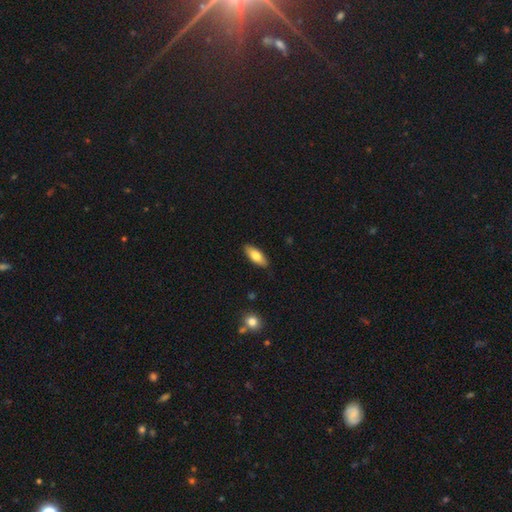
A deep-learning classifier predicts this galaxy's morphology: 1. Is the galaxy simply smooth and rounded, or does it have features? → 74% smooth, 20% featured or disk, 6% star or artifact.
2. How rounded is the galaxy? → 71% in between, 26% cigar-shaped, 2% round.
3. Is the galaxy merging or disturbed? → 88% none, 9% minor disturbance, 2% major disturbance, 1% merger.